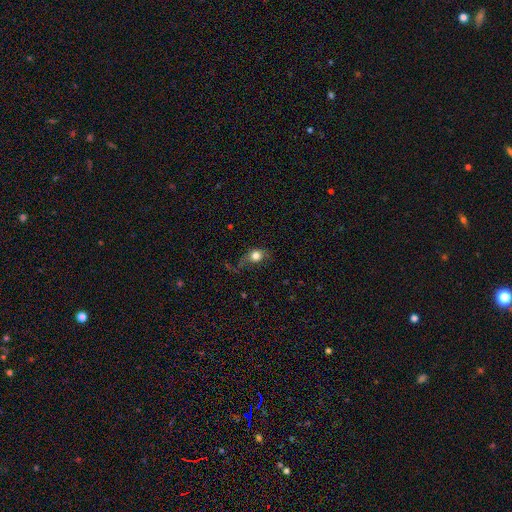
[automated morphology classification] Smooth or featured: smooth — 74% (featured or disk — 16%)
How rounded: round — 59% (in between — 39%)
Merging: none — 39% (major disturbance — 31%)